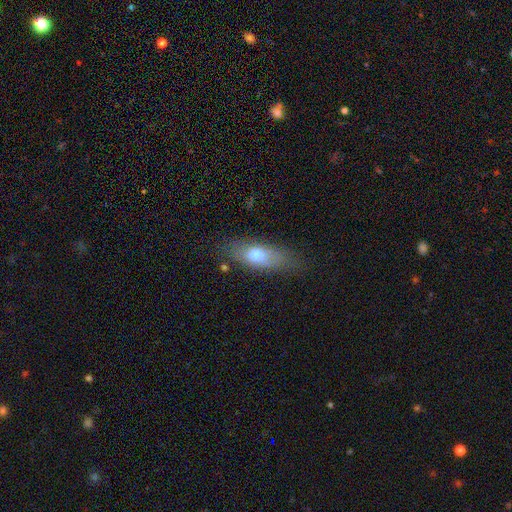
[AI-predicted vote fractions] Q: Smooth or featured?
A: smooth (67%); runner-up: featured or disk (25%)
Q: How rounded?
A: in between (63%); runner-up: cigar-shaped (33%)
Q: Merging?
A: none (72%); runner-up: minor disturbance (20%)